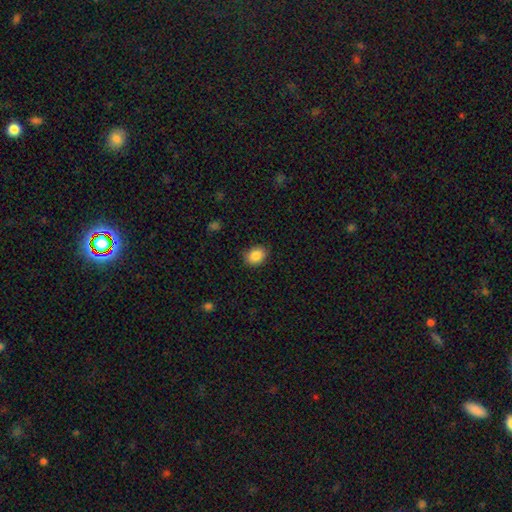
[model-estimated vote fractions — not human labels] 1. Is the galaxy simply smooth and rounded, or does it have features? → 87% smooth, 8% star or artifact, 4% featured or disk.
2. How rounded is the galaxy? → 58% in between, 41% round, 1% cigar-shaped.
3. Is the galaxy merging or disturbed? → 85% none, 11% minor disturbance, 2% major disturbance, 1% merger.